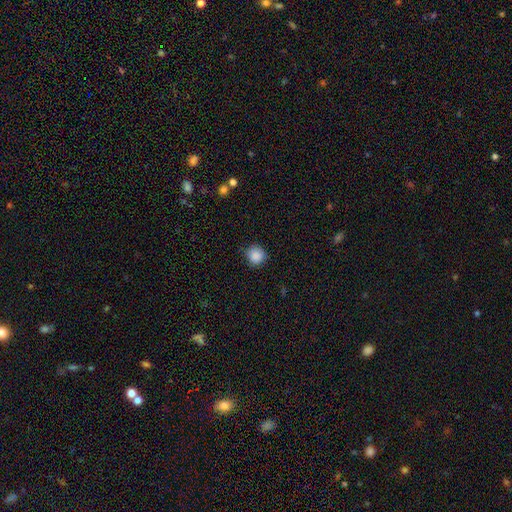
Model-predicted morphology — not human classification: This appears to be a smooth galaxy with no disk features (88%) that is round (90%). Merging: none (83%).